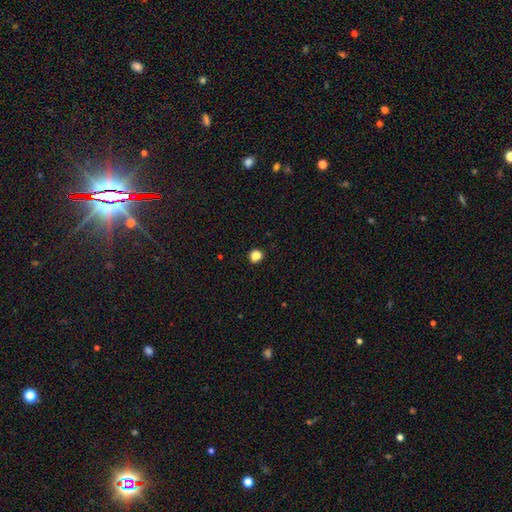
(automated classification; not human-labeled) smooth_or_featured: smooth (p=0.85) [alt: star or artifact p=0.12]
how_rounded: round (p=0.73) [alt: in between p=0.26]
merging: none (p=0.90) [alt: minor disturbance p=0.07]